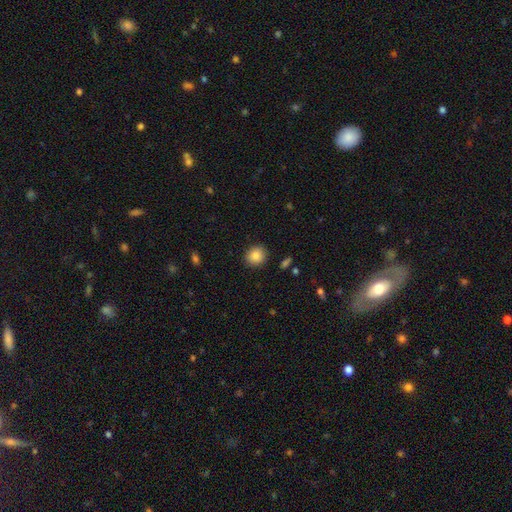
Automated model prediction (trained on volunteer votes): smooth 87%, star or artifact 9%, featured or disk 5%. Down the decision tree: how rounded — round (80%); merging — none (89%).